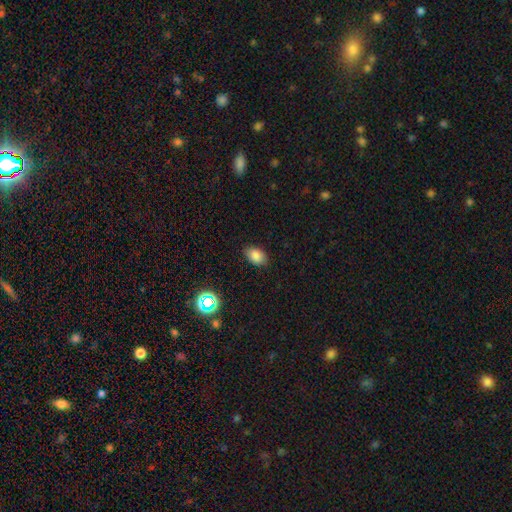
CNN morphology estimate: Smooth or featured?
  - smooth: 82% *
  - star or artifact: 12%
  - featured or disk: 6%
How rounded?
  - in between: 84% *
  - round: 15%
  - cigar-shaped: 1%
Merging?
  - none: 85% *
  - minor disturbance: 11%
  - major disturbance: 3%
  - merger: 1%